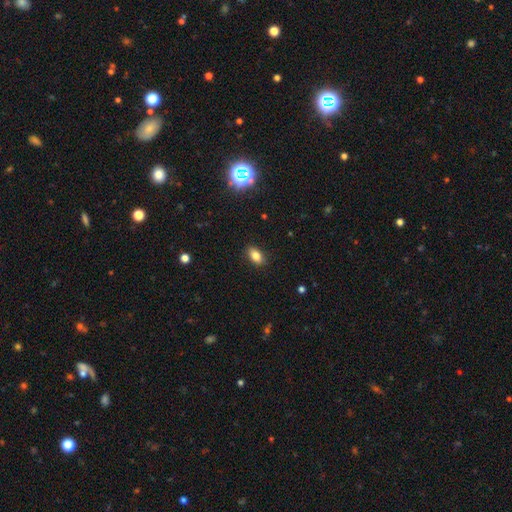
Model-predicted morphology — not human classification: smooth-or-featured: smooth: 81% | star or artifact: 11% | featured or disk: 8%
  how-rounded: in between: 88% | round: 9% | cigar-shaped: 3%
  merging: none: 88% | minor disturbance: 9% | major disturbance: 2% | merger: 1%